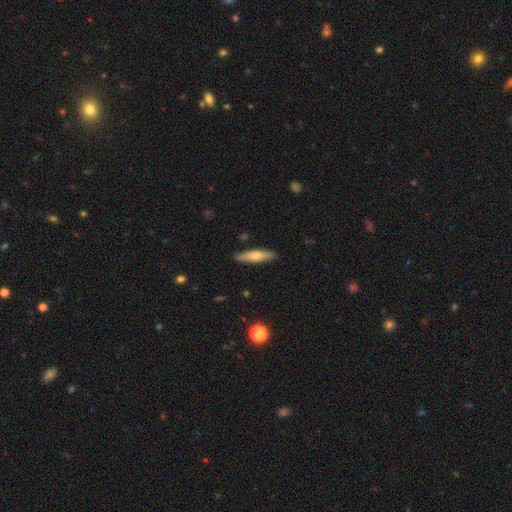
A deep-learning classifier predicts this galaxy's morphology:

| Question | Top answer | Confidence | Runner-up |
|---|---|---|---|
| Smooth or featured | smooth | 64% | featured or disk (31%) |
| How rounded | cigar-shaped | 82% | in between (16%) |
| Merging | none | 88% | minor disturbance (9%) |